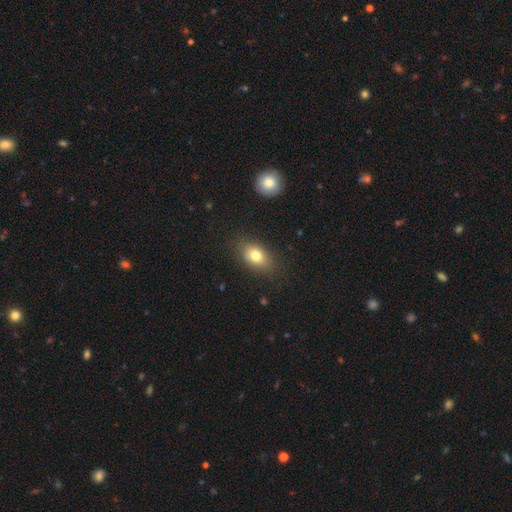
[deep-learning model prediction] Morphology: type=smooth (78%); roundness=in between (80%); merging=none (83%).